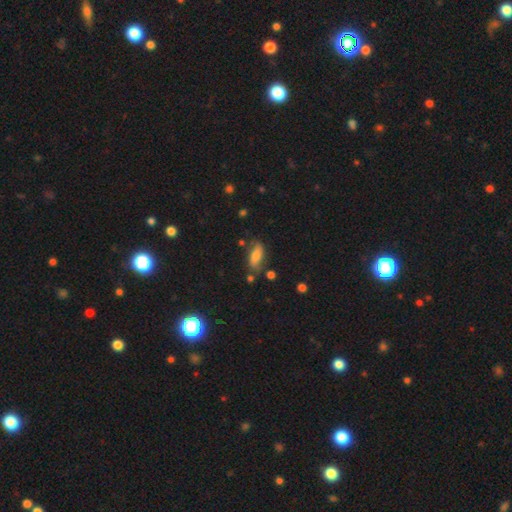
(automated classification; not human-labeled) Morphology: type=smooth (73%); roundness=in between (76%); merging=none (66%).